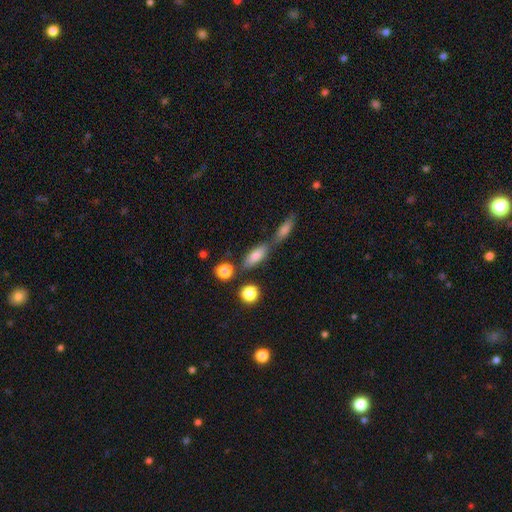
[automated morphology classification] Overall: smooth (77%). How rounded: in between (70%). Merging: none (54%; merger 28%).